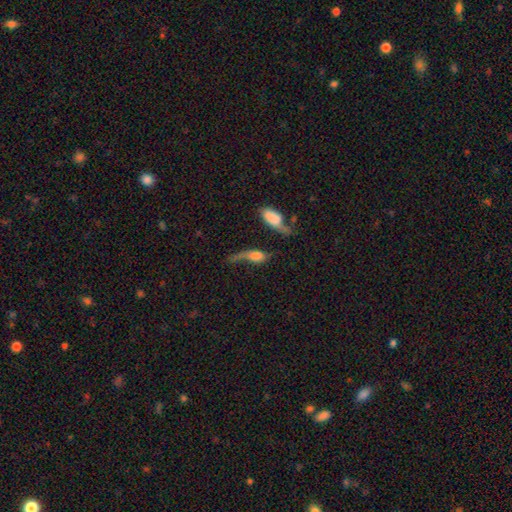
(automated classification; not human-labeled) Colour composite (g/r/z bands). It shows a smooth galaxy with no disk features (46%). Merging: major disturbance (38%).